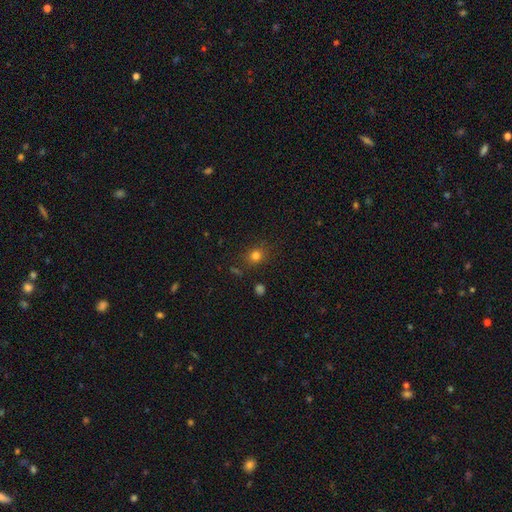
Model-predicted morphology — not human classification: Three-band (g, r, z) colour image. It shows a smooth galaxy with no disk features (78%) that is round (77%). Merging: none (83%).